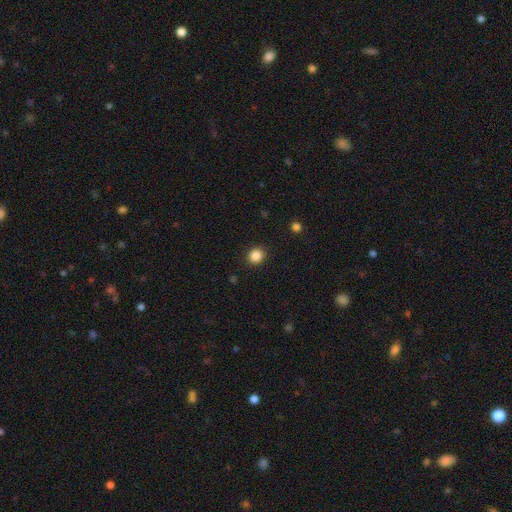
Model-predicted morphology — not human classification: A smooth galaxy with no disk features (86%) that is round (86%).

Vote fractions:
- Smooth or featured? smooth: 86% / star or artifact: 11% / featured or disk: 3%
- How rounded? round: 86% / in between: 13% / cigar-shaped: 1%
- Merging? none: 92% / minor disturbance: 5% / major disturbance: 2% / merger: 1%